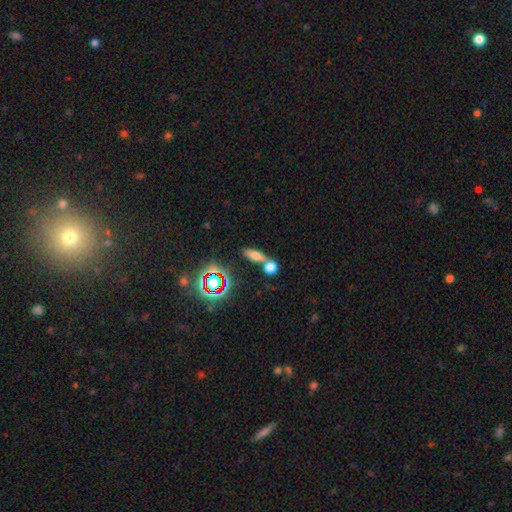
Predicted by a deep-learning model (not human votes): Smooth or featured: smooth — 63% (star or artifact — 21%)
How rounded: in between — 53% (cigar-shaped — 31%)
Merging: none — 51% (merger — 35%)